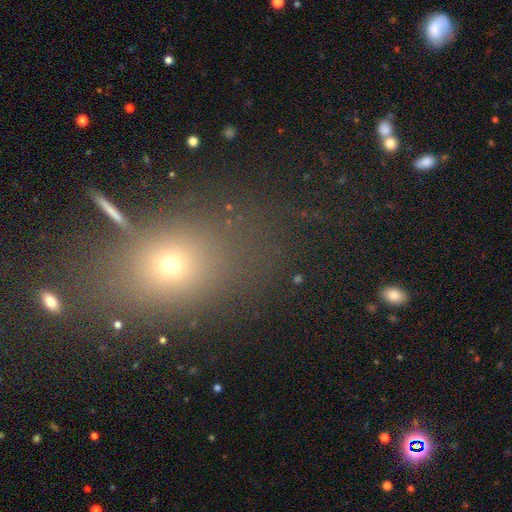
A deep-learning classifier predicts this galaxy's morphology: type=smooth (56%); roundness=in between (54%); merging=none (79%).